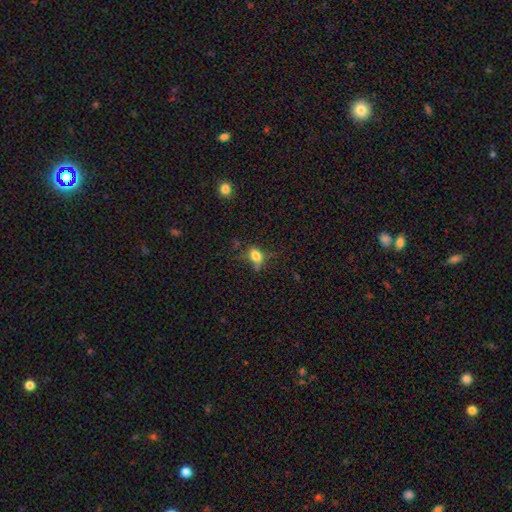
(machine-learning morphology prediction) Smooth or featured: smooth — 74% (star or artifact — 13%)
How rounded: in between — 61% (round — 35%)
Merging: none — 52% (minor disturbance — 26%)